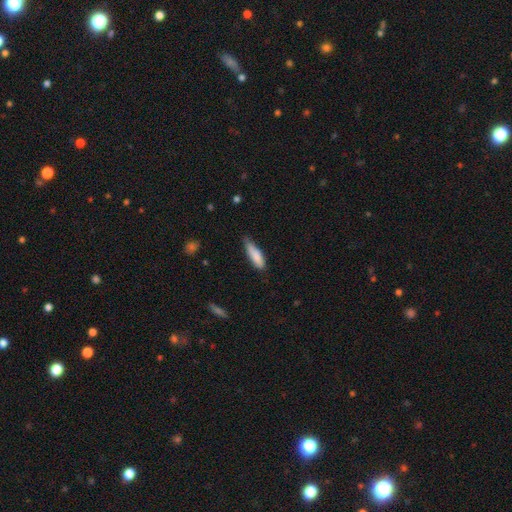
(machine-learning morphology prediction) Smooth or featured? Predicted: smooth (p=0.83). How rounded? Predicted: cigar-shaped (p=0.59). Merging? Predicted: none (p=0.55).